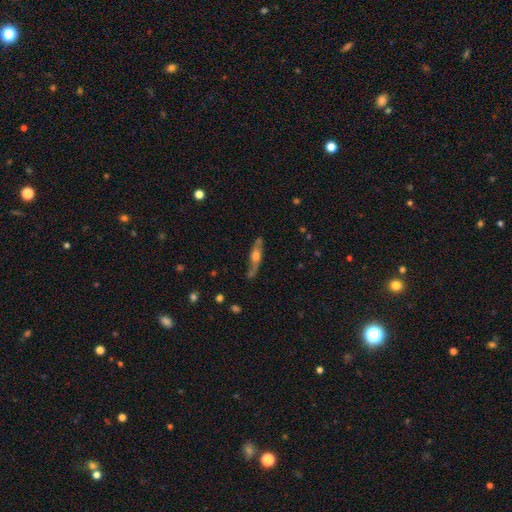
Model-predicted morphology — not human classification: smooth_or_featured: featured or disk (p=0.65) [alt: smooth p=0.28]
disk_edge_on: yes (p=0.75) [alt: no p=0.25]
merging: none (p=0.73) [alt: minor disturbance p=0.18]